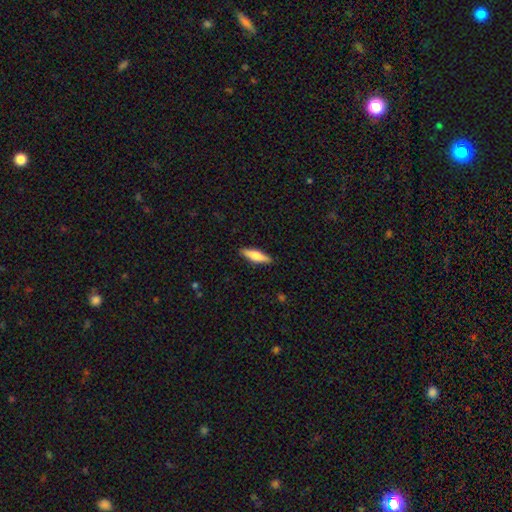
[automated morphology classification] smooth_or_featured: smooth (p=0.68) [alt: featured or disk p=0.26]
how_rounded: cigar-shaped (p=0.71) [alt: in between p=0.27]
merging: none (p=0.90) [alt: minor disturbance p=0.08]